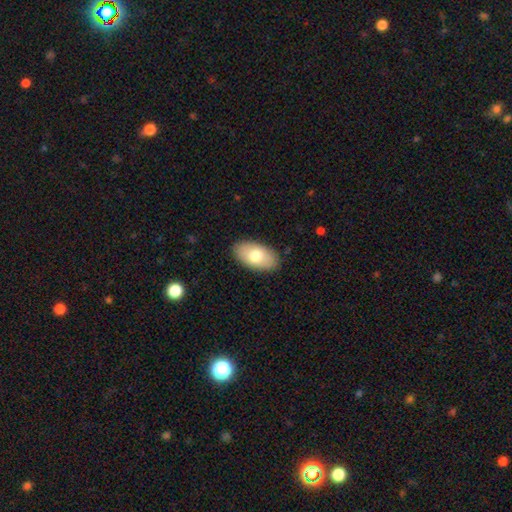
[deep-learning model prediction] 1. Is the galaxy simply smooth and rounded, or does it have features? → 75% smooth, 19% featured or disk, 6% star or artifact.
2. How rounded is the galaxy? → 95% in between, 3% round, 2% cigar-shaped.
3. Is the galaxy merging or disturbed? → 87% none, 9% minor disturbance, 2% major disturbance, 1% merger.